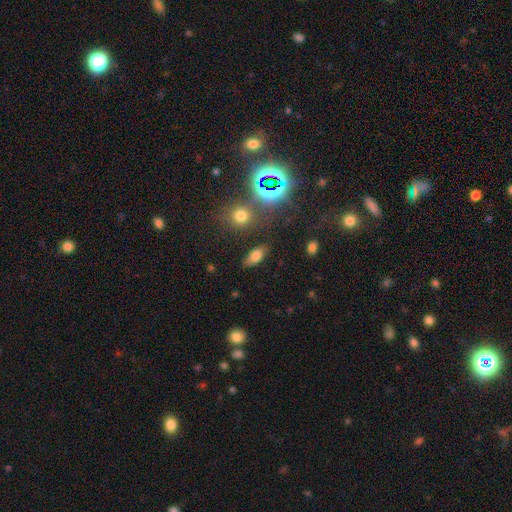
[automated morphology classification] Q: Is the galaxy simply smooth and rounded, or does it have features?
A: smooth — 72%.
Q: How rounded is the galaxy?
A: in between — 84%.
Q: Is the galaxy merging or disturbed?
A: none — 81%.